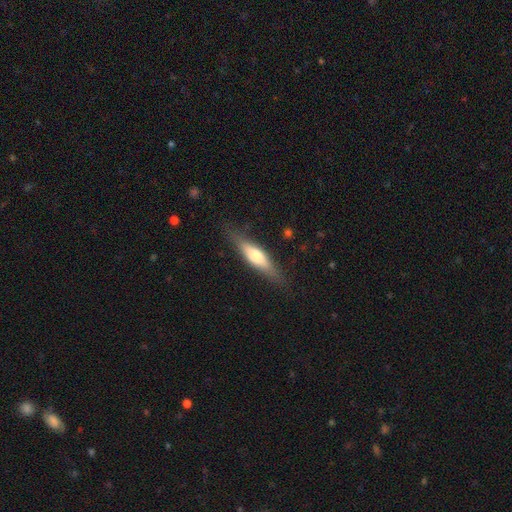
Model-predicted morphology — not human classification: smooth_or_featured: smooth (p=0.53) [alt: featured or disk p=0.41]
how_rounded: cigar-shaped (p=0.63) [alt: in between p=0.34]
merging: none (p=0.79) [alt: minor disturbance p=0.15]